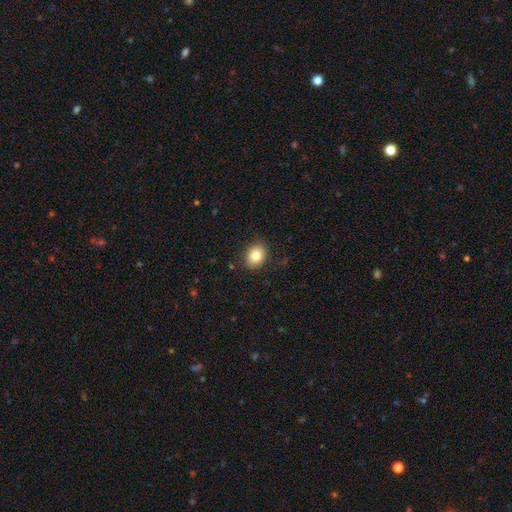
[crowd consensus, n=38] This is clearly a smooth galaxy (87%). How rounded: likely in between (73%). Merging: clearly none (86%).